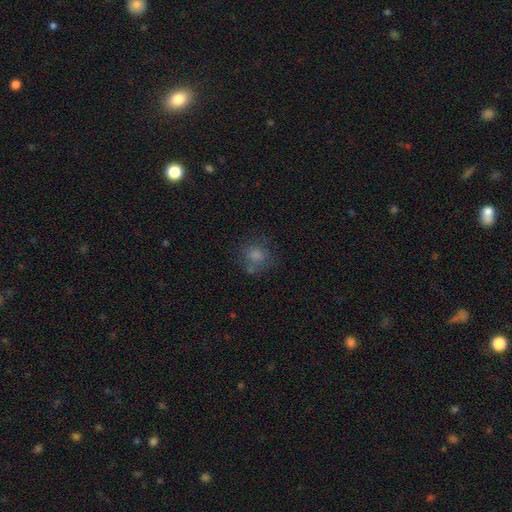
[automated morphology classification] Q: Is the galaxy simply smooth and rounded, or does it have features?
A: smooth — 74%.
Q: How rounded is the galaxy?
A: round — 74%.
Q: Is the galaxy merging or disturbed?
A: none — 60%.